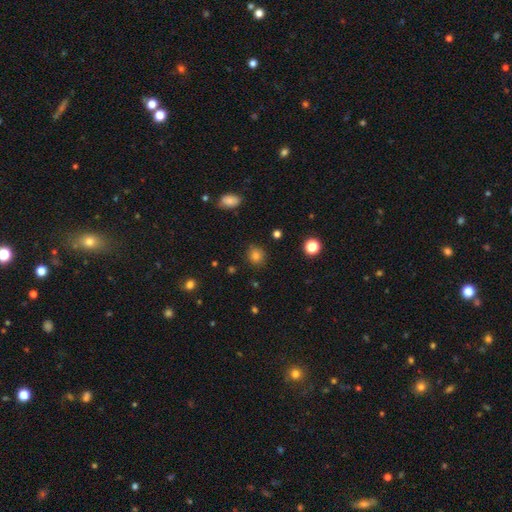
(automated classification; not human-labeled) Smooth or featured?
  - smooth: 79% *
  - star or artifact: 15%
  - featured or disk: 6%
How rounded?
  - round: 85% *
  - in between: 14%
  - cigar-shaped: 1%
Merging?
  - none: 85% *
  - minor disturbance: 10%
  - major disturbance: 3%
  - merger: 2%